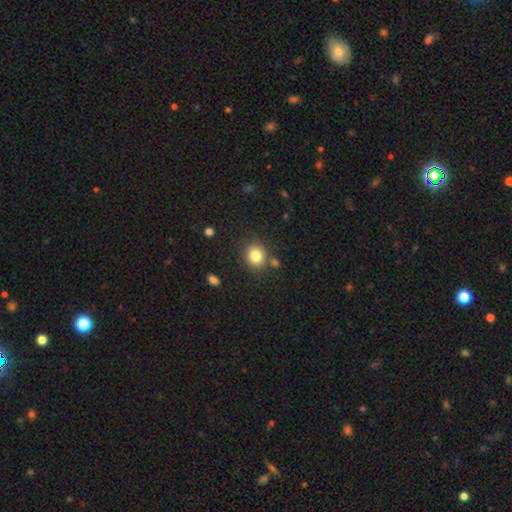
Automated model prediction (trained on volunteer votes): This appears to be a smooth galaxy with no disk features (82%) that is round (78%). Merging: none (80%).